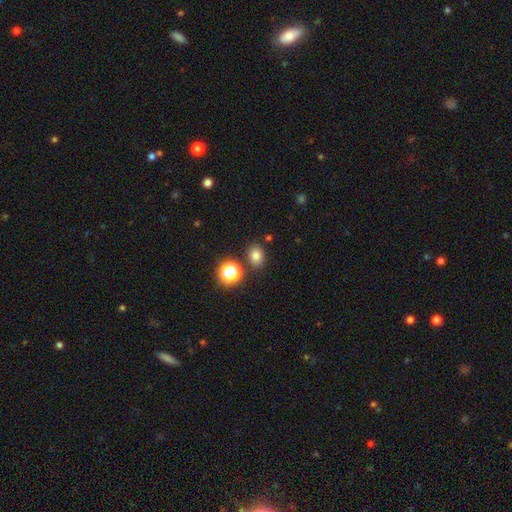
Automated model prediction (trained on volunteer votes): smooth 78%, star or artifact 16%, featured or disk 6%. Down the decision tree: how rounded — in between (53%); merging — none (81%).